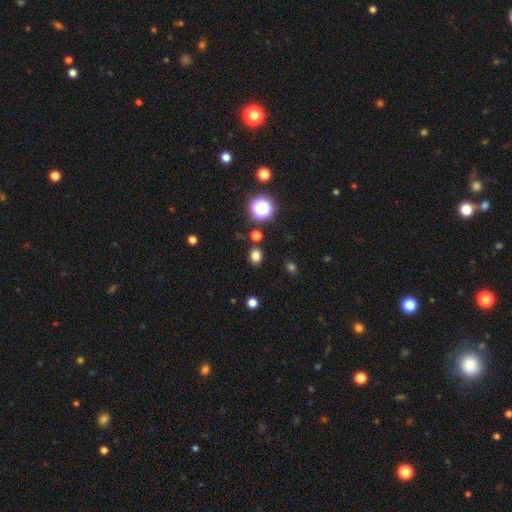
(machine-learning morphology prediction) smooth_or_featured: smooth (p=0.78) [alt: star or artifact p=0.18]
how_rounded: round (p=0.59) [alt: in between p=0.40]
merging: none (p=0.84) [alt: minor disturbance p=0.08]